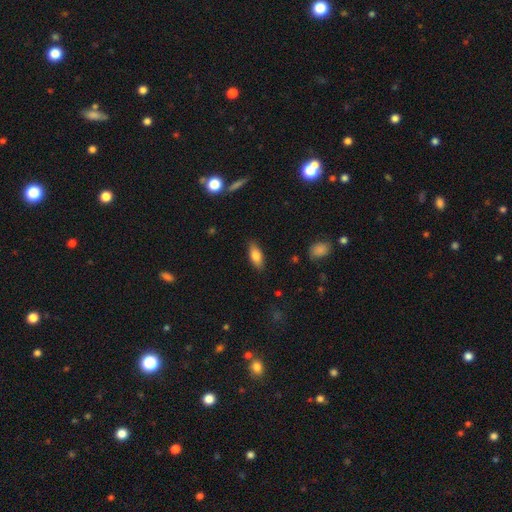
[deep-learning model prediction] Overall: smooth (77%). How rounded: in between (76%). Merging: none (86%).